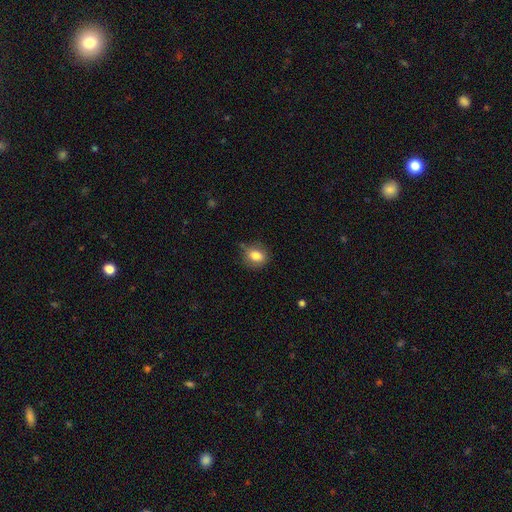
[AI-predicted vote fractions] This appears to be a smooth galaxy with no disk features (81%) that is round (58%). Merging: none (69%).